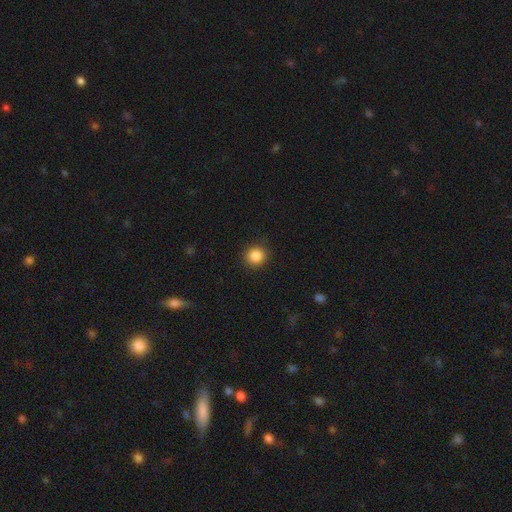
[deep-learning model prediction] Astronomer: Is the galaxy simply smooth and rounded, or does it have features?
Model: smooth — 86%.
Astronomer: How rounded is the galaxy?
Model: round — 90%.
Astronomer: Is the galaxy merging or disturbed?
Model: none — 90%.